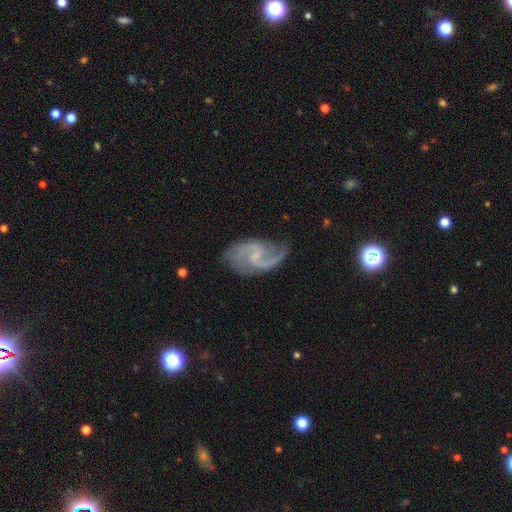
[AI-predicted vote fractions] This is clearly a featured or disk galaxy (90%). It is clearly not viewed edge-on (98%). Bar: possibly weak (55%). Spiral arm pattern: clearly yes (97%). Spiral arm count: clearly 2 (92%). Spiral winding: possibly medium (46%). Central bulge: possibly small (55%). Merging: likely none (74%).